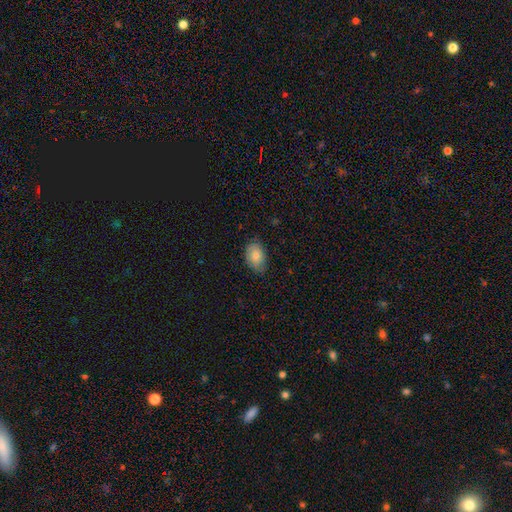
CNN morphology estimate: This is clearly a smooth galaxy (81%). How rounded: clearly in between (86%). Merging: likely none (76%).